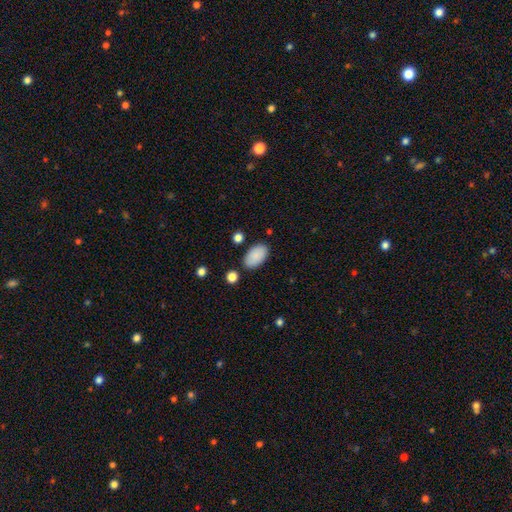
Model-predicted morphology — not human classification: smooth_or_featured: smooth (p=0.89) [alt: star or artifact p=0.07]
how_rounded: in between (p=0.95) [alt: round p=0.04]
merging: none (p=0.84) [alt: minor disturbance p=0.10]